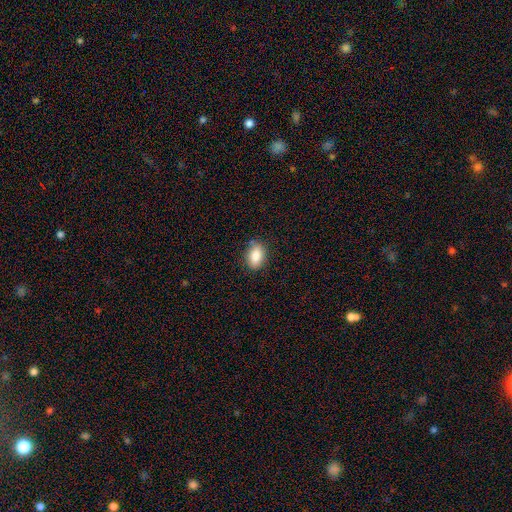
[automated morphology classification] A smooth galaxy with no disk features (85%) that is in between round and cigar-shaped (85%).

Vote fractions:
- Smooth or featured? smooth: 85% / star or artifact: 8% / featured or disk: 7%
- How rounded? in between: 85% / round: 13% / cigar-shaped: 2%
- Merging? none: 83% / minor disturbance: 12% / major disturbance: 3% / merger: 2%